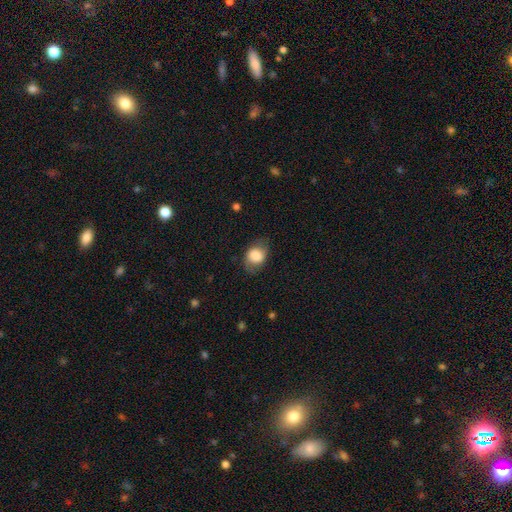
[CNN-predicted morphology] Smooth or featured? Predicted: smooth (p=0.79). How rounded? Predicted: in between (p=0.58). Merging? Predicted: none (p=0.68).